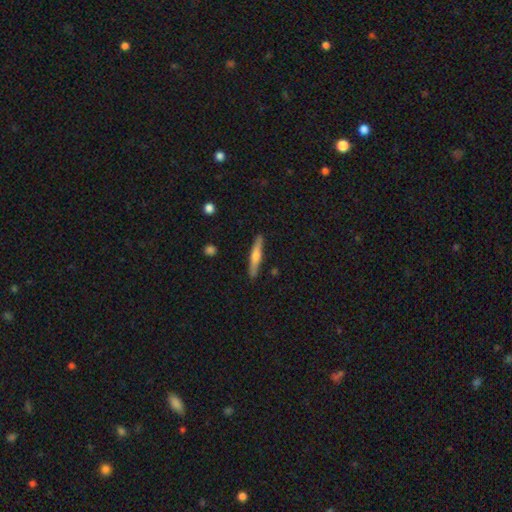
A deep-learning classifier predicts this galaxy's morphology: smooth-or-featured: smooth: 48% | featured or disk: 46% | star or artifact: 6%
  merging: none: 89% | minor disturbance: 8% | major disturbance: 2% | merger: 1%